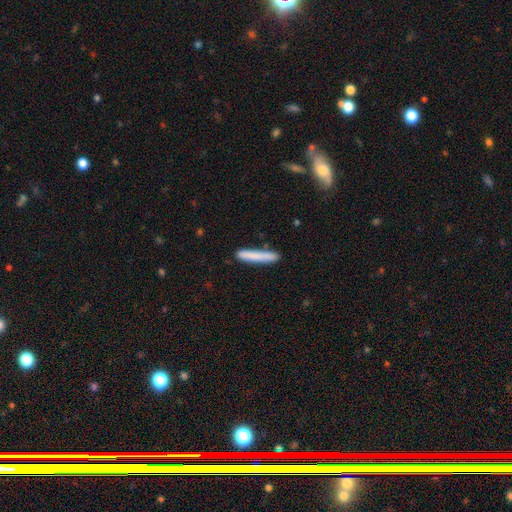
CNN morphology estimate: The model was most divided on "smooth or featured": smooth: 80%, featured or disk: 14%, star or artifact: 6%. More confident: how rounded — cigar-shaped (94%); merging — none (84%).